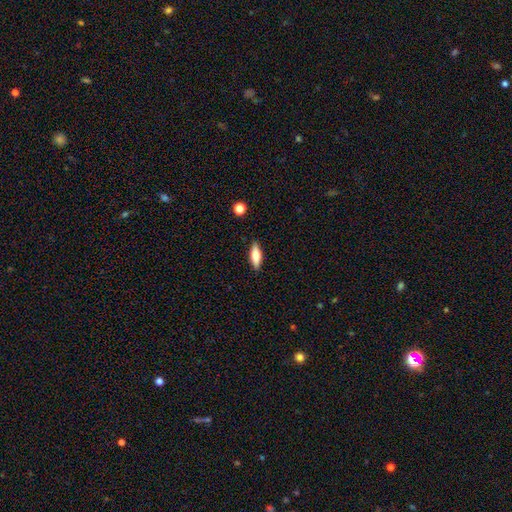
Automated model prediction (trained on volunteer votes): This appears to be a smooth galaxy with no disk features (70%) that is in between round and cigar-shaped (59%). Merging: none (87%).